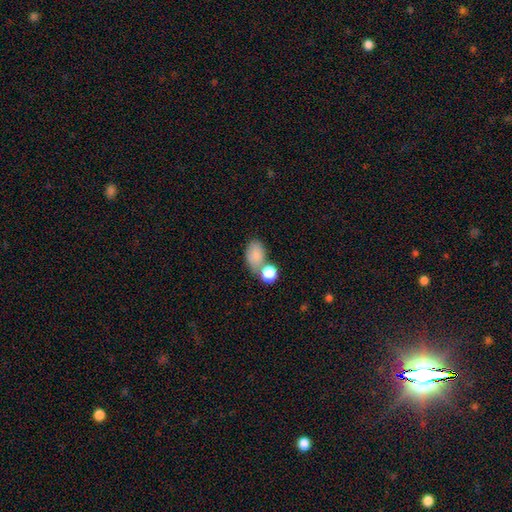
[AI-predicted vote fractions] Smooth or featured? smooth (82%)
How rounded? in between (84%)
Merging? none (48%)